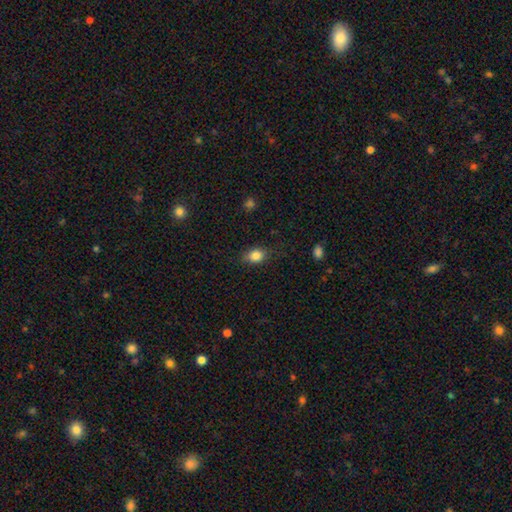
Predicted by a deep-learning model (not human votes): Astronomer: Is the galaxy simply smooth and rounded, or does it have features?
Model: smooth — 84%.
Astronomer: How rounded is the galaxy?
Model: in between — 57% (runner-up: round, 41%).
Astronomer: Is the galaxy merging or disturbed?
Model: none — 77%.